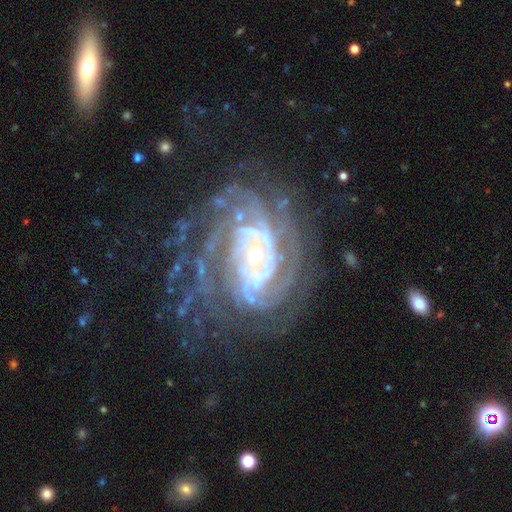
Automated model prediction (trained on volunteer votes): Smooth or featured?
  - featured or disk: 91% *
  - star or artifact: 6%
  - smooth: 3%
Edge-on disk?
  - no: 97% *
  - yes: 3%
Bar?
  - no: 66% *
  - weak: 22%
  - strong: 12%
Spiral arms?
  - yes: 97% *
  - no: 3%
Spiral winding?
  - tight: 72% *
  - medium: 23%
  - loose: 5%
Spiral arm count?
  - can't tell: 25% *
  - 2: 17%
  - more than 4: 17%
  - 4: 16%
  - 3: 16%
  - 1: 8%
Bulge size?
  - small: 51% *
  - moderate: 43%
  - large: 4%
  - none: 1%
  - dominant: 1%
Merging?
  - none: 66% *
  - minor disturbance: 18%
  - major disturbance: 14%
  - merger: 2%